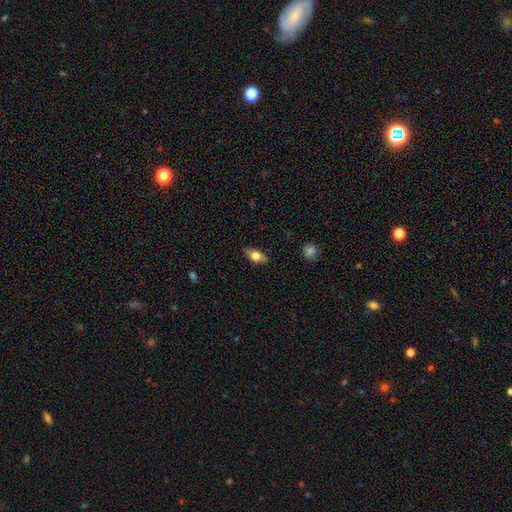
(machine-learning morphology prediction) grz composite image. It shows a smooth galaxy with no disk features (69%) that is in between round and cigar-shaped (83%). Merging: none (85%).